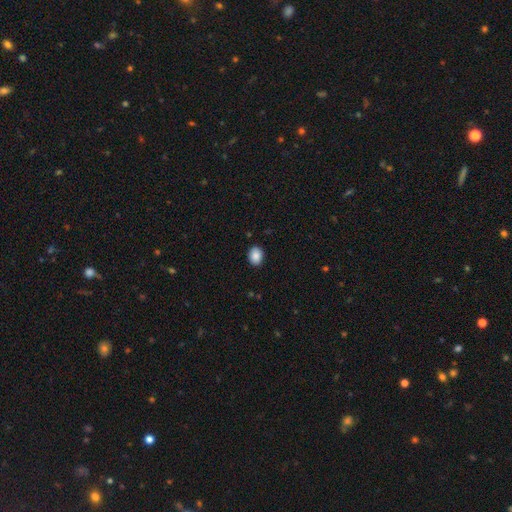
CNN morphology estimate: This appears to be a smooth galaxy with no disk features (89%) that is in between round and cigar-shaped (65%). Merging: none (90%).